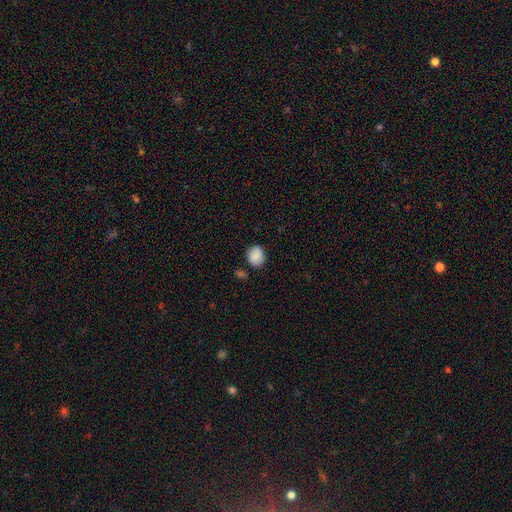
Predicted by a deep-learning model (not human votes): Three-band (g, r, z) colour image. It shows a smooth galaxy with no disk features (86%) that is round (61%). Merging: none (76%).